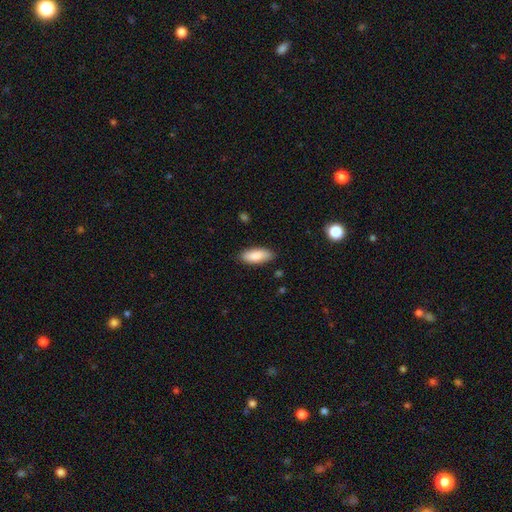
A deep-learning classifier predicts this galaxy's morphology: Smooth or featured: smooth — 87% (featured or disk — 7%)
How rounded: in between — 82% (cigar-shaped — 16%)
Merging: none — 85% (minor disturbance — 12%)